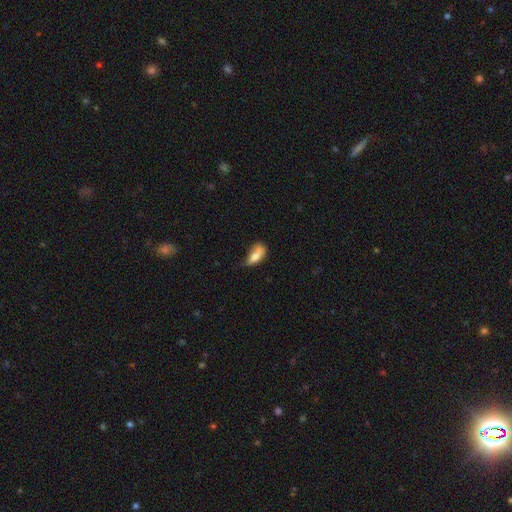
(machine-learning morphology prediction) smooth_or_featured: smooth (p=0.71) [alt: featured or disk p=0.20]
how_rounded: in between (p=0.74) [alt: cigar-shaped p=0.23]
merging: minor disturbance (p=0.36) [alt: none p=0.31]